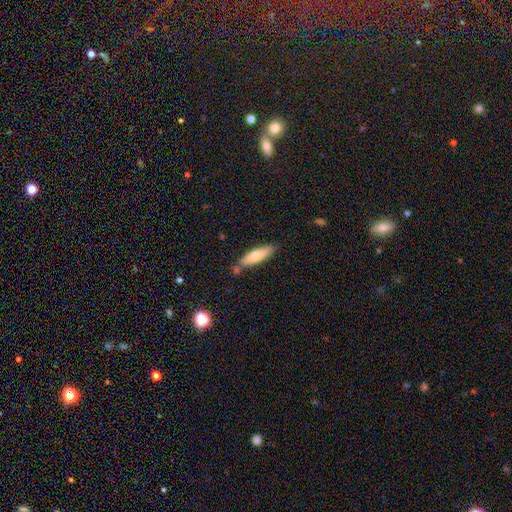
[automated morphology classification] A smooth galaxy with no disk features (70%) that is cigar-shaped (62%).

Vote fractions:
- Smooth or featured? smooth: 70% / featured or disk: 24% / star or artifact: 6%
- How rounded? cigar-shaped: 62% / in between: 36% / round: 2%
- Merging? none: 74% / minor disturbance: 14% / merger: 9% / major disturbance: 3%